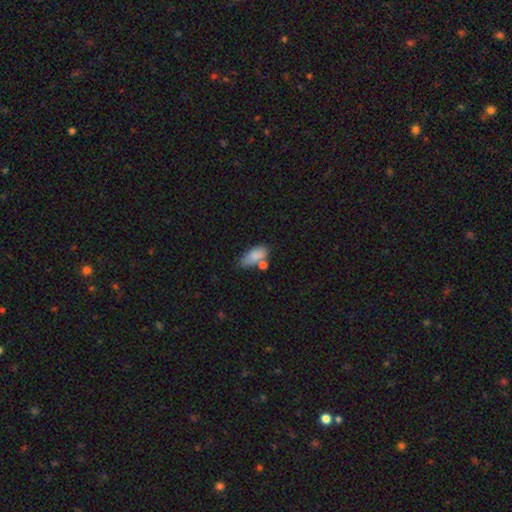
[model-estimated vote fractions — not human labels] Smooth or featured? smooth (82%)
How rounded? in between (88%)
Merging? none (54%)